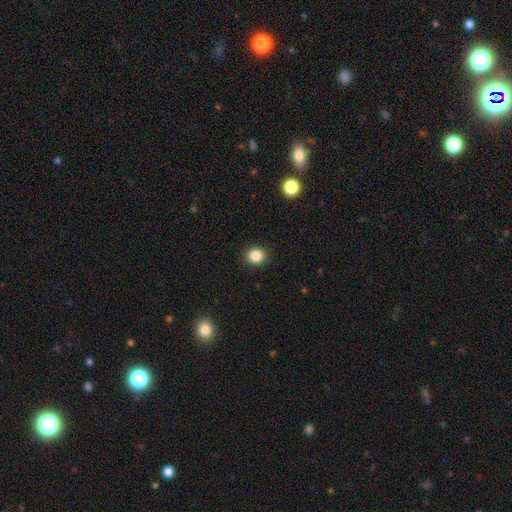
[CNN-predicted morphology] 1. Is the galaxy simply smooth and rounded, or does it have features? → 86% smooth, 11% star or artifact, 4% featured or disk.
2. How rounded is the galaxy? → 83% round, 16% in between, 1% cigar-shaped.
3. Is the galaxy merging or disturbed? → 91% none, 6% minor disturbance, 2% major disturbance, 1% merger.